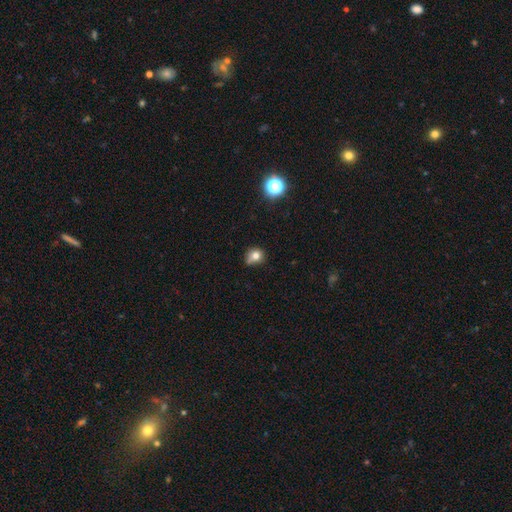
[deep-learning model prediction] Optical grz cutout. It shows a smooth galaxy with no disk features (76%) that is round (74%). Merging: none (54%).